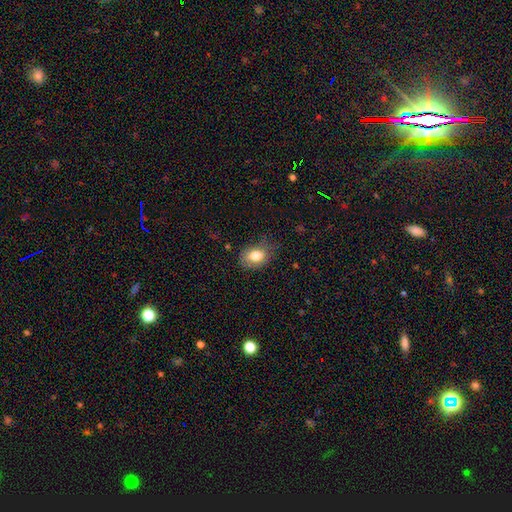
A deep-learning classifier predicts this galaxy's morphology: smooth 79%, featured or disk 13%, star or artifact 9%. Down the decision tree: how rounded — in between (74%); merging — none (64%).